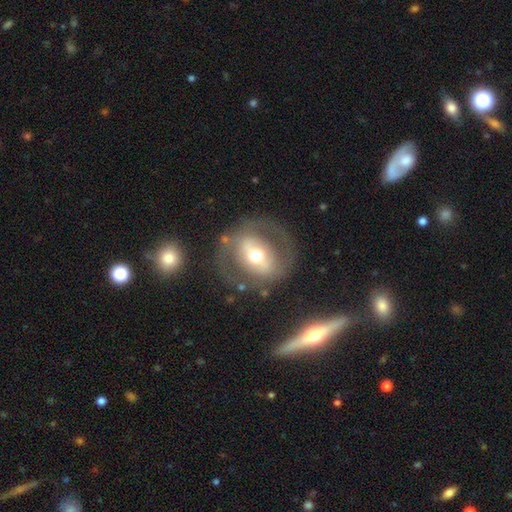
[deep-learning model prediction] This is possibly a featured or disk galaxy (60%). It is clearly not viewed edge-on (92%). Bar: marginally strong (42%). Spiral arm pattern: likely no (73%). Central bulge: likely moderate (68%). Merging: likely none (72%).